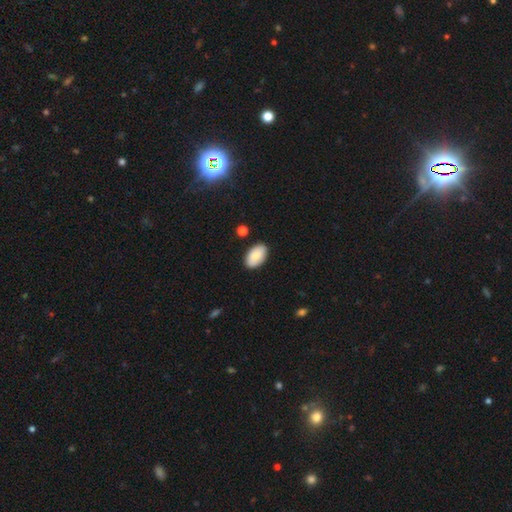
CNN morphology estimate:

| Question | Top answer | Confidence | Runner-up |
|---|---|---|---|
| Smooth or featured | smooth | 83% | featured or disk (10%) |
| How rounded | in between | 94% | round (5%) |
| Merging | none | 87% | minor disturbance (9%) |